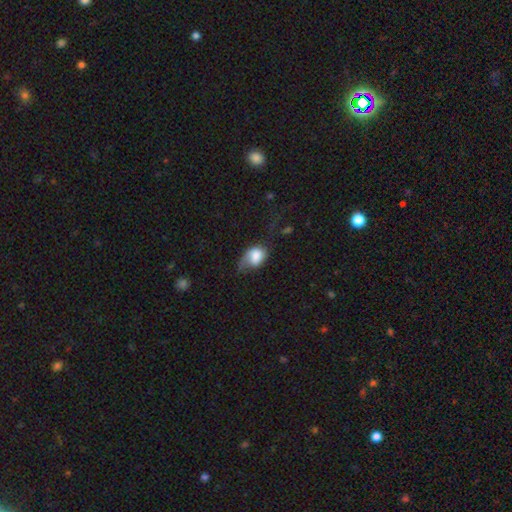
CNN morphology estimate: This appears to be a smooth galaxy with no disk features (69%) that is in between round and cigar-shaped (72%). Merging: major disturbance (41%).